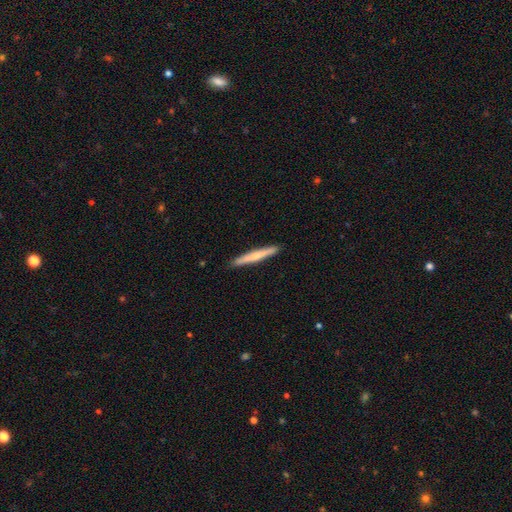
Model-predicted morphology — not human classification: This appears to be a smooth galaxy with no disk features (56%) that is cigar-shaped (96%). Merging: none (91%).